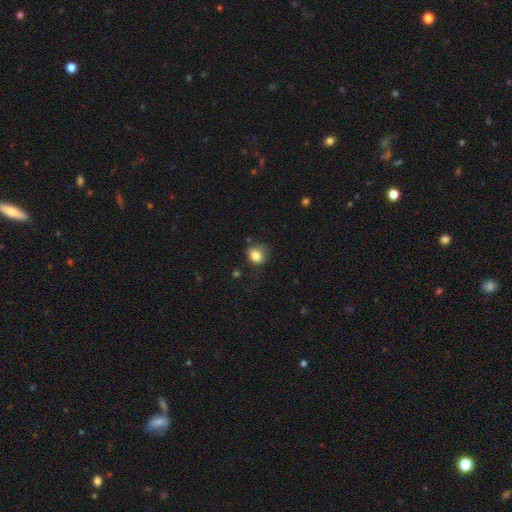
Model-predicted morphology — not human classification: A smooth galaxy with no disk features (83%) that is round (67%). Merging: none (62%).